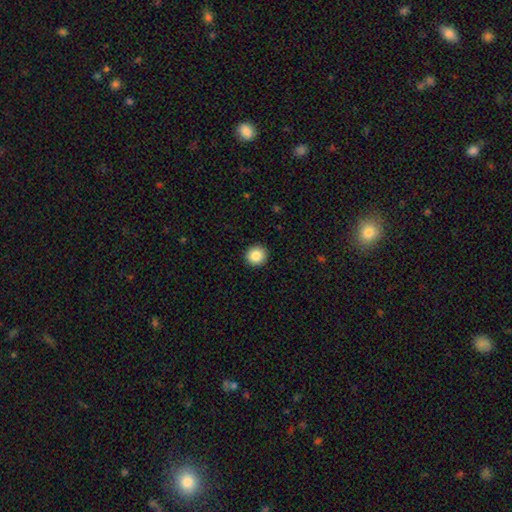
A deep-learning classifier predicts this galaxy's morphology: smooth 86%, star or artifact 9%, featured or disk 5%. Down the decision tree: how rounded — round (93%); merging — none (93%).